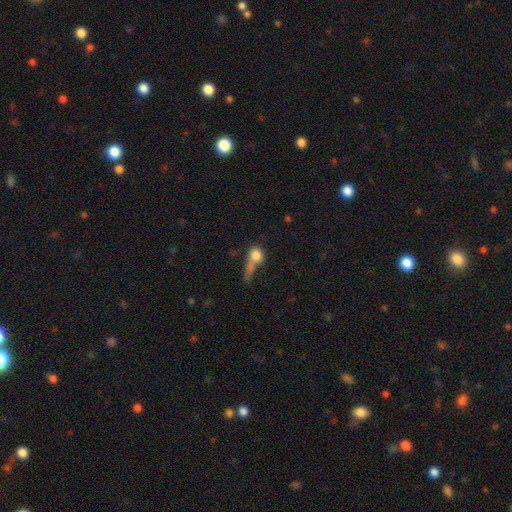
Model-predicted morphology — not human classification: smooth-or-featured: smooth: 71% | featured or disk: 18% | star or artifact: 11%
  how-rounded: round: 58% | in between: 31% | cigar-shaped: 11%
  merging: major disturbance: 32% | merger: 28% | none: 25% | minor disturbance: 16%